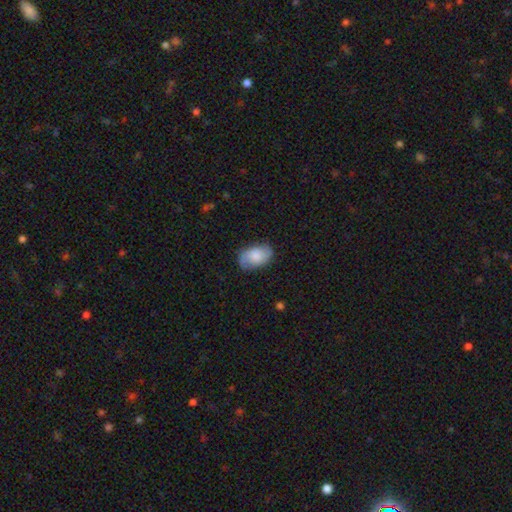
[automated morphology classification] Smooth or featured? smooth (56%)
How rounded? in between (91%)
Merging? none (77%)